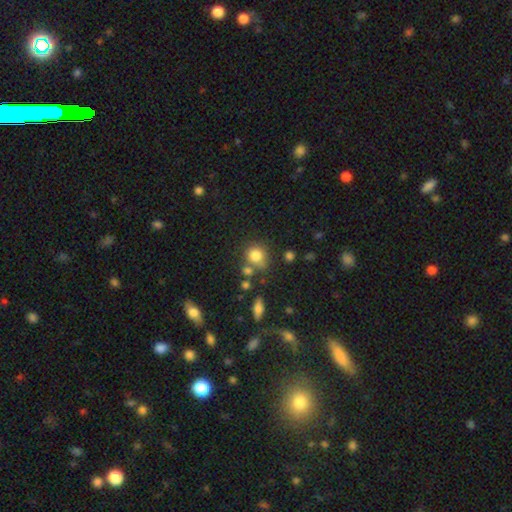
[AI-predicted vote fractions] This appears to be a smooth galaxy with no disk features (81%) that is round (82%). Merging: none (65%).